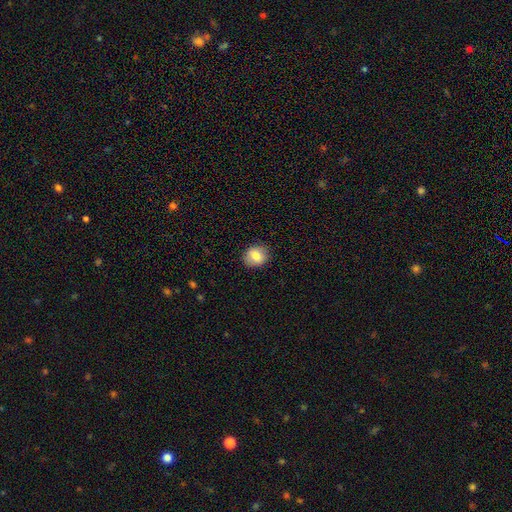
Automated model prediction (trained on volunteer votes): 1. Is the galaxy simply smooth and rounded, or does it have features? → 78% smooth, 13% featured or disk, 9% star or artifact.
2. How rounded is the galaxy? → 69% round, 30% in between, 1% cigar-shaped.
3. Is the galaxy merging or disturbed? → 87% none, 9% minor disturbance, 3% major disturbance, 1% merger.